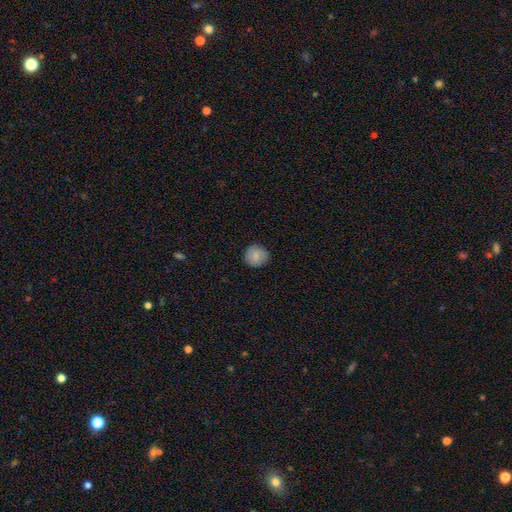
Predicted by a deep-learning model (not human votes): This is clearly a smooth galaxy (84%). How rounded: clearly round (91%). Merging: clearly none (85%).